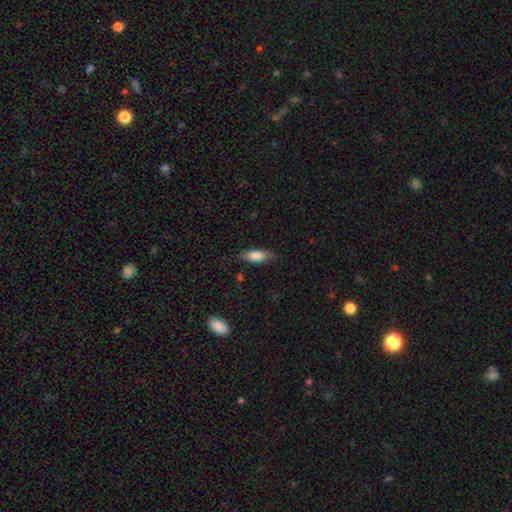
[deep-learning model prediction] This appears to be a smooth galaxy with no disk features (79%) that is in between round and cigar-shaped (73%). Merging: none (76%).